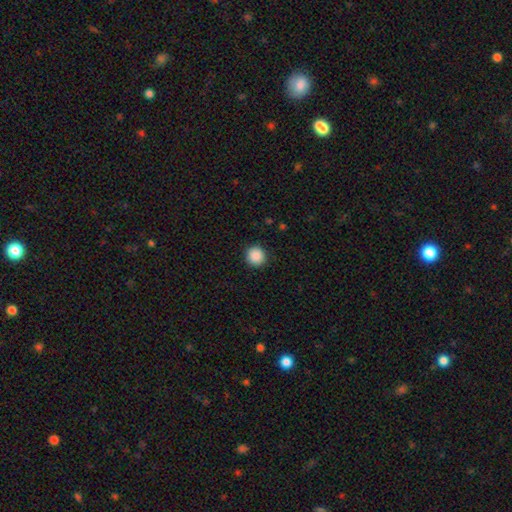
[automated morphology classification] Smooth or featured? Predicted: smooth (p=0.89). How rounded? Predicted: round (p=0.94). Merging? Predicted: none (p=0.91).